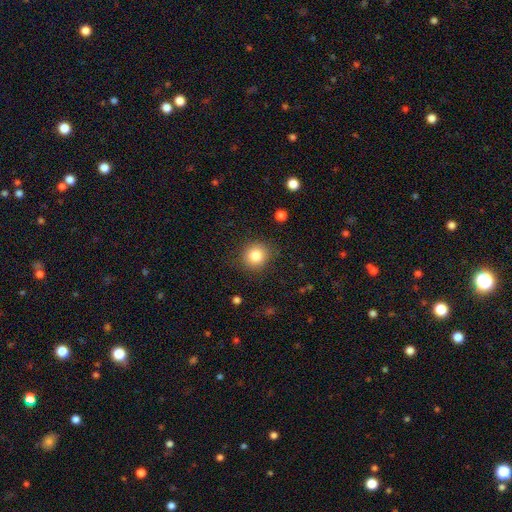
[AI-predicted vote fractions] This appears to be a smooth galaxy with no disk features (83%) that is round (88%). Merging: none (87%).